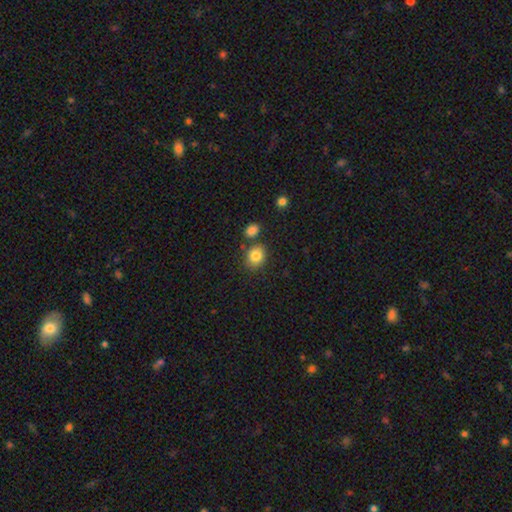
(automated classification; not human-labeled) A smooth galaxy with no disk features (83%) that is round (68%).

Vote fractions:
- Smooth or featured? smooth: 83% / star or artifact: 10% / featured or disk: 7%
- How rounded? round: 68% / in between: 31% / cigar-shaped: 1%
- Merging? none: 76% / minor disturbance: 11% / merger: 11% / major disturbance: 3%